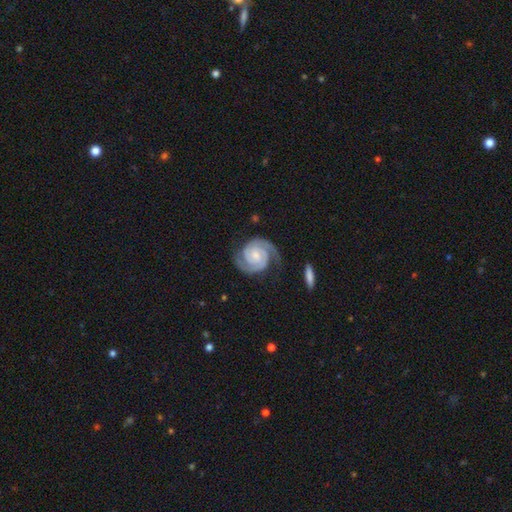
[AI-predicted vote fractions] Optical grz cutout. It shows a featured or disk galaxy (92%) with no bar (58%), 2 (91%) tight (68%) spiral arms (99%) and a small central bulge (47%). Merging: none (79%).